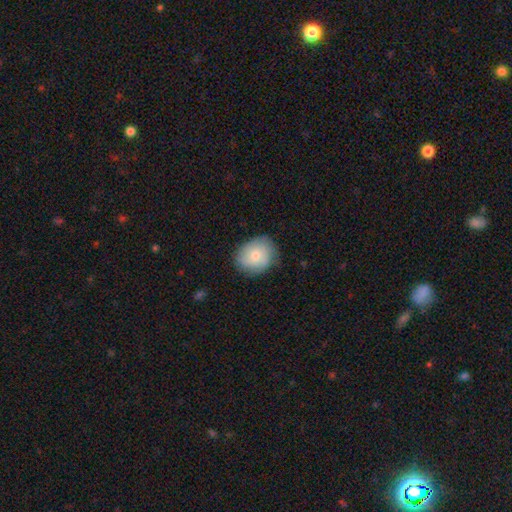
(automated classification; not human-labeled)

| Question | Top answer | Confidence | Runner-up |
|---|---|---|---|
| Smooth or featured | smooth | 74% | featured or disk (19%) |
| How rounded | round | 59% | in between (41%) |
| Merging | none | 77% | minor disturbance (18%) |